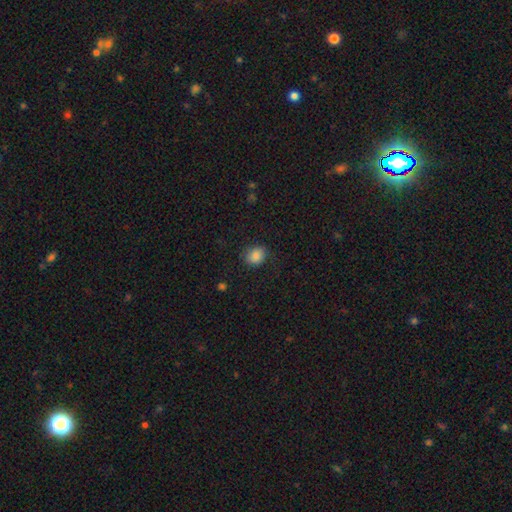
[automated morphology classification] type=smooth (84%); roundness=round (61%); merging=none (76%).